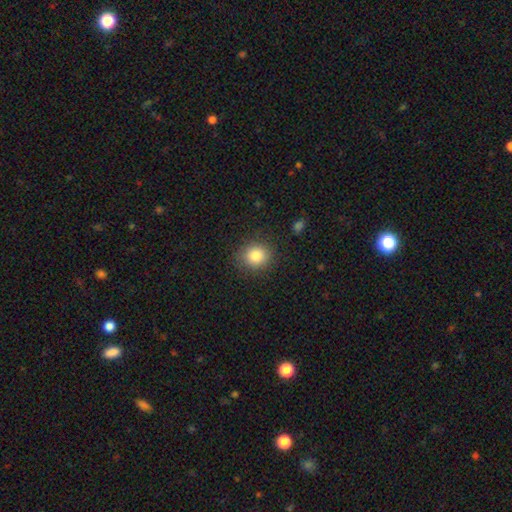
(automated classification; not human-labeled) Overall: smooth (83%). How rounded: round (79%). Merging: none (87%).